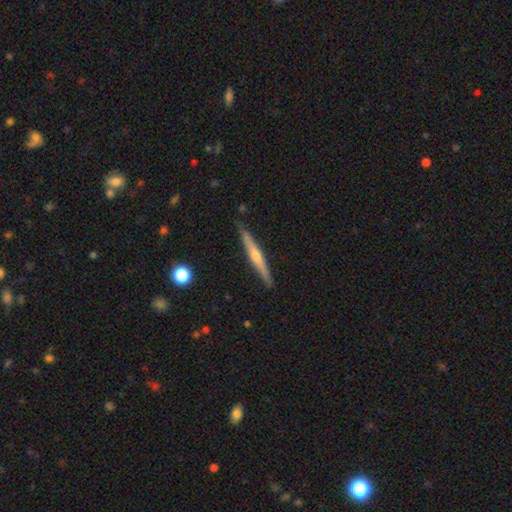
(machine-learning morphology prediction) This appears to be a featured or disk galaxy (71%) viewed edge-on (98%) with a rounded central bulge (83%). Merging: none (89%).